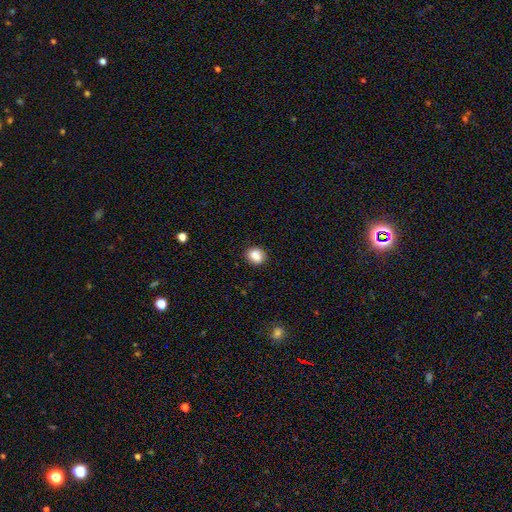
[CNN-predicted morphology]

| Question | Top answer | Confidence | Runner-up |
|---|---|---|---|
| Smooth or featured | smooth | 87% | star or artifact (9%) |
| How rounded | round | 59% | in between (40%) |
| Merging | none | 88% | minor disturbance (9%) |